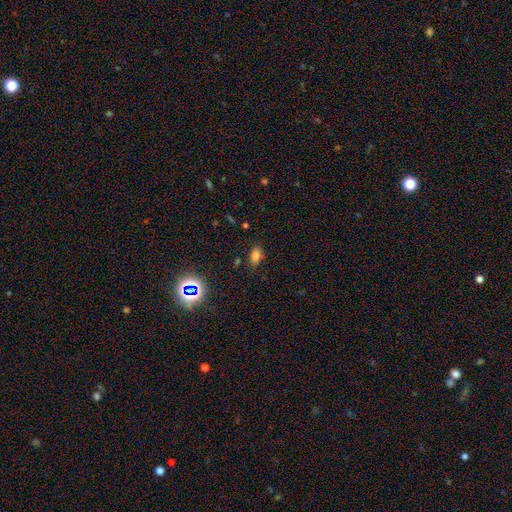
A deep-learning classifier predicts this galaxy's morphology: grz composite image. It shows a smooth galaxy with no disk features (74%) that is in between round and cigar-shaped (87%). Merging: none (80%).